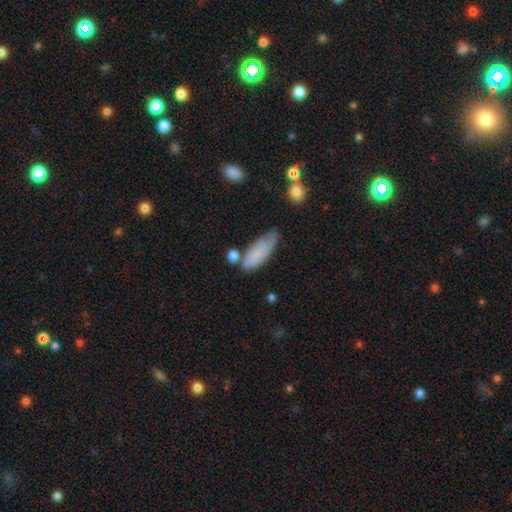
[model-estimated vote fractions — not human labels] smooth 77%, featured or disk 16%, star or artifact 7%. Down the decision tree: how rounded — in between (70%); merging — none (54%).